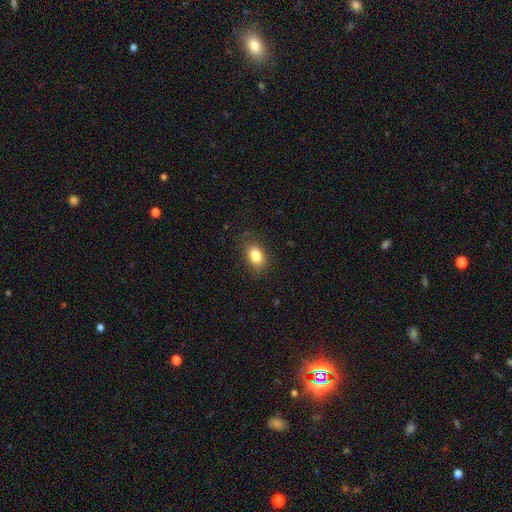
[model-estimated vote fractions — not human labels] Smooth or featured? Predicted: smooth (p=0.84). How rounded? Predicted: in between (p=0.77). Merging? Predicted: none (p=0.83).